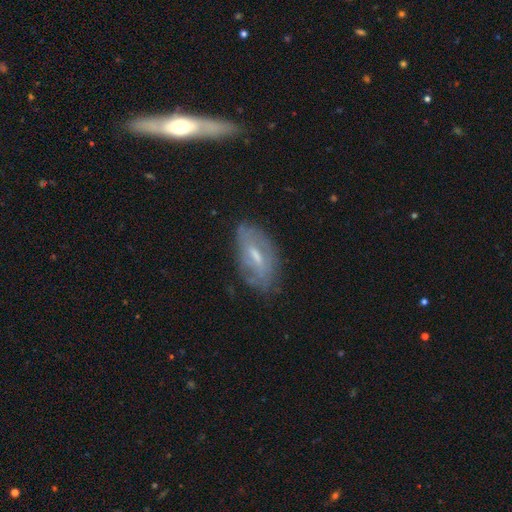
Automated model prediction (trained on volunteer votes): This appears to be a featured or disk galaxy (58%) with a weak bar (54%), spiral arms (61%) and a moderate central bulge (46%). Merging: none (67%).